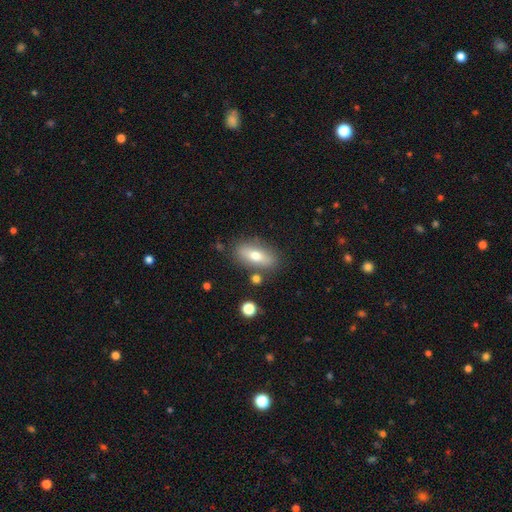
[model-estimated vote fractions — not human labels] Q: Smooth or featured?
A: smooth (65%); runner-up: featured or disk (27%)
Q: How rounded?
A: in between (77%); runner-up: cigar-shaped (18%)
Q: Merging?
A: none (79%); runner-up: minor disturbance (12%)